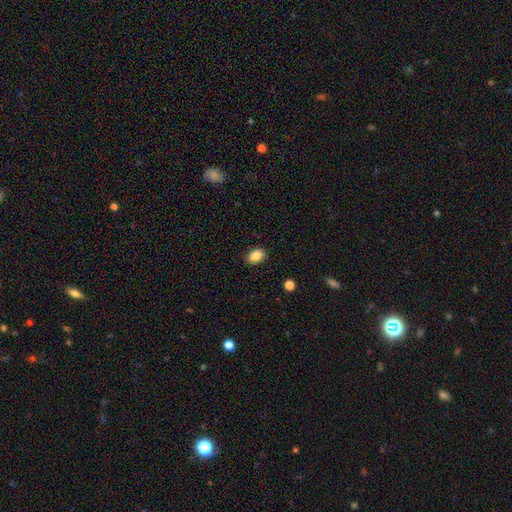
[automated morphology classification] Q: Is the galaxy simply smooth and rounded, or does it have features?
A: smooth — 87%.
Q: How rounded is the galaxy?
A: in between — 75%.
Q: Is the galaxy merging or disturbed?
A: none — 88%.